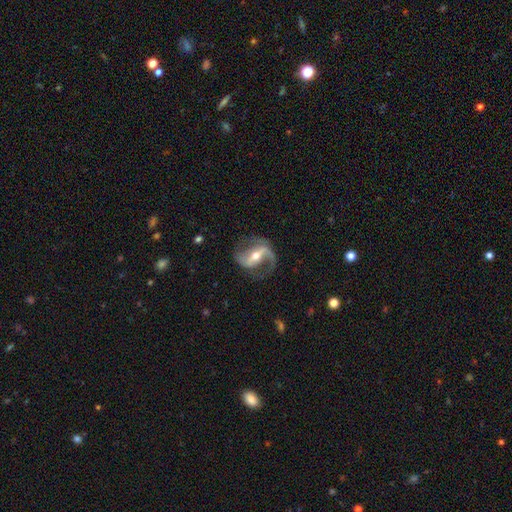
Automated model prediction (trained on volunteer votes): Smooth or featured? Predicted: featured or disk (p=0.89). Edge-on disk? Predicted: no (p=0.96). Bar? Predicted: strong (p=0.54). Spiral arms? Predicted: yes (p=0.95). Spiral winding? Predicted: loose (p=0.46). Spiral arm count? Predicted: 2 (p=0.82). Bulge size? Predicted: moderate (p=0.60). Merging? Predicted: none (p=0.70).